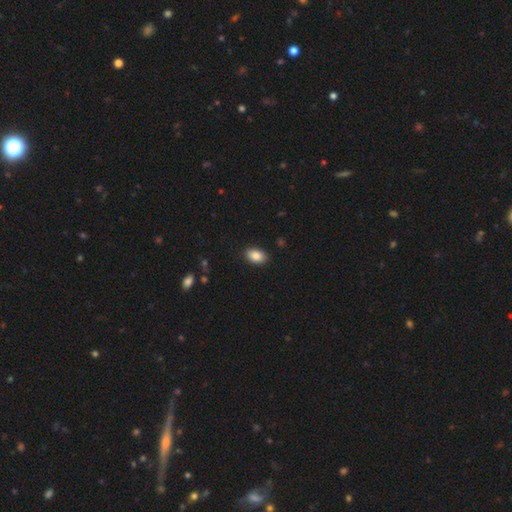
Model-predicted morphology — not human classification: Smooth or featured? Predicted: smooth (p=0.87). How rounded? Predicted: in between (p=0.89). Merging? Predicted: none (p=0.88).